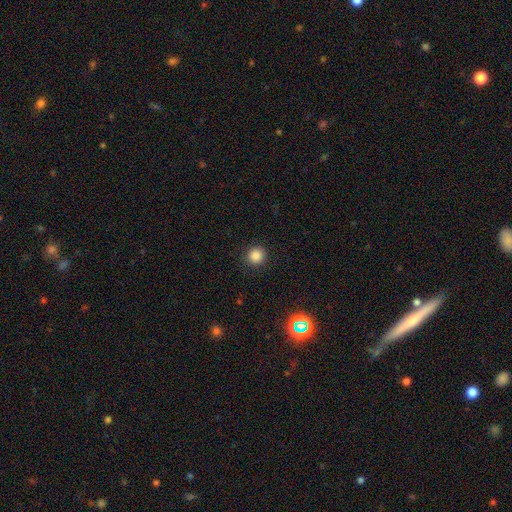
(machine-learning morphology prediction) Overall: smooth (85%). How rounded: round (94%). Merging: none (91%).